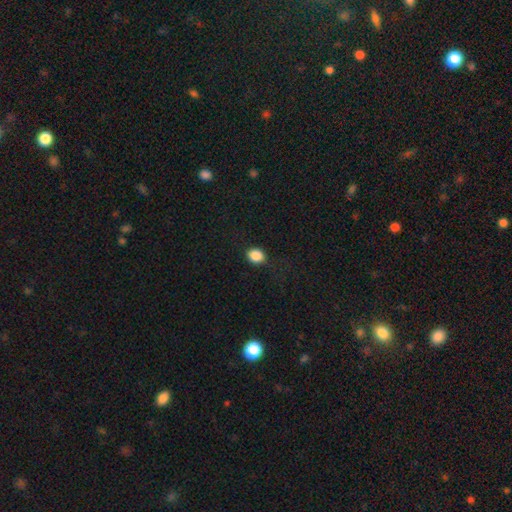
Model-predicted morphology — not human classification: Smooth or featured?
  - smooth: 86% *
  - star or artifact: 10%
  - featured or disk: 4%
How rounded?
  - round: 61% *
  - in between: 38%
  - cigar-shaped: 1%
Merging?
  - none: 81% *
  - minor disturbance: 14%
  - major disturbance: 5%
  - merger: 1%